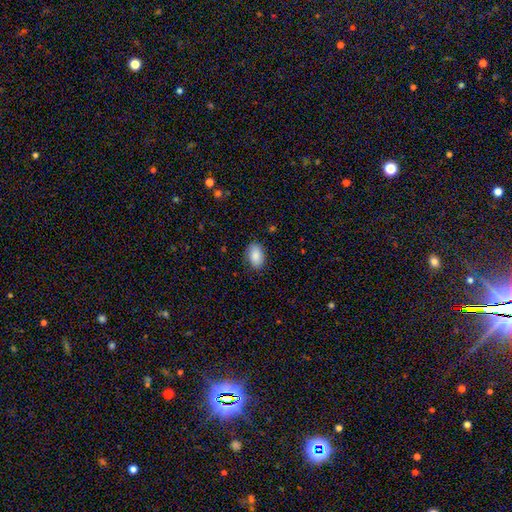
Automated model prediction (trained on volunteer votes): Smooth or featured? smooth (89%)
How rounded? in between (90%)
Merging? none (85%)